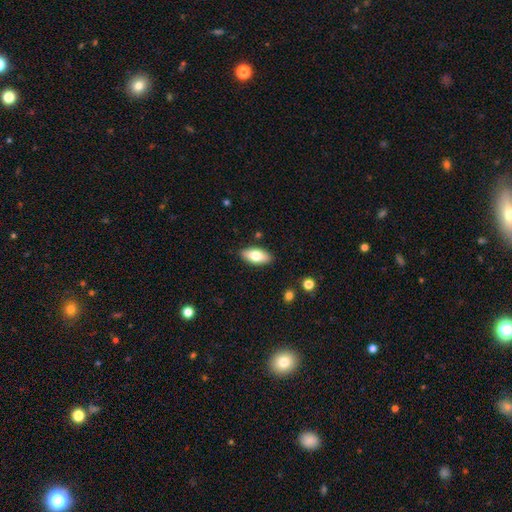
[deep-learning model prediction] This appears to be a smooth galaxy with no disk features (75%) that is in between round and cigar-shaped (89%). Merging: none (87%).